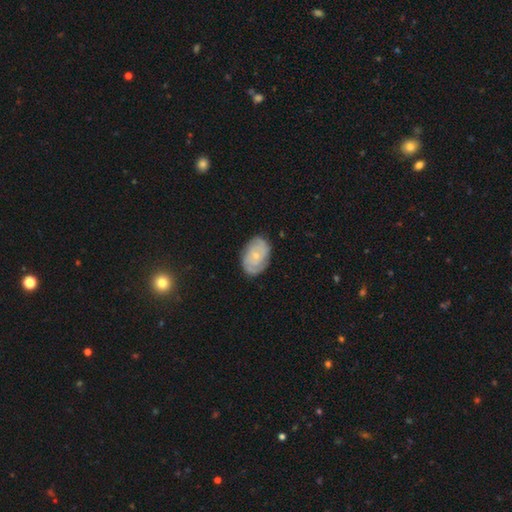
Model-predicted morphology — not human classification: This is likely a featured or disk galaxy (67%). It is clearly not viewed edge-on (96%). Bar: likely no (76%). Spiral arm pattern: clearly yes (88%). Spiral arm count: marginally can't tell (38%). Spiral winding: likely tight (65%). Central bulge: likely small (73%). Merging: likely none (79%).